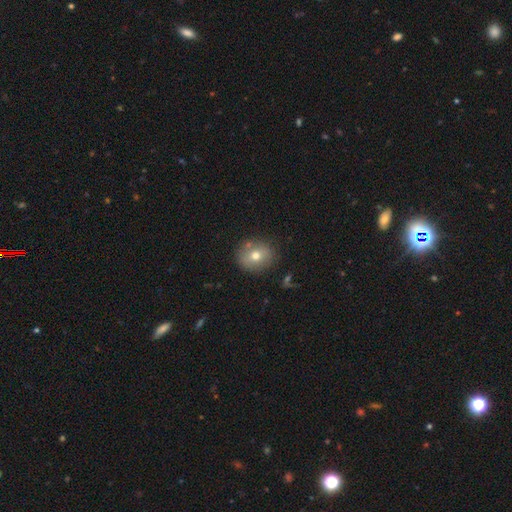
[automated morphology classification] Smooth or featured? smooth (68%)
How rounded? round (71%)
Merging? none (80%)